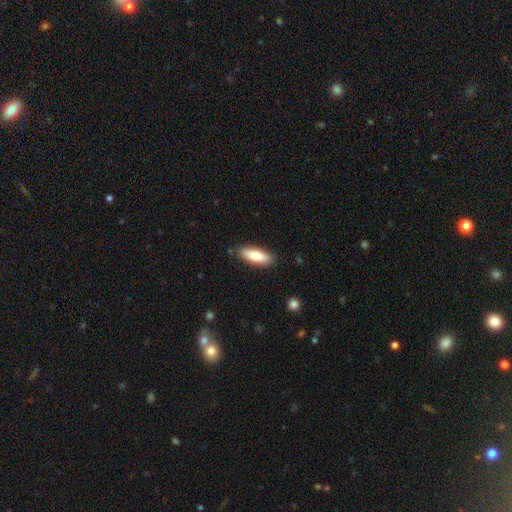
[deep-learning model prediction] A smooth galaxy with no disk features (84%) that is in between round and cigar-shaped (56%).

Vote fractions:
- Smooth or featured? smooth: 84% / featured or disk: 11% / star or artifact: 5%
- How rounded? in between: 56% / cigar-shaped: 43% / round: 2%
- Merging? none: 87% / minor disturbance: 9% / major disturbance: 2% / merger: 1%